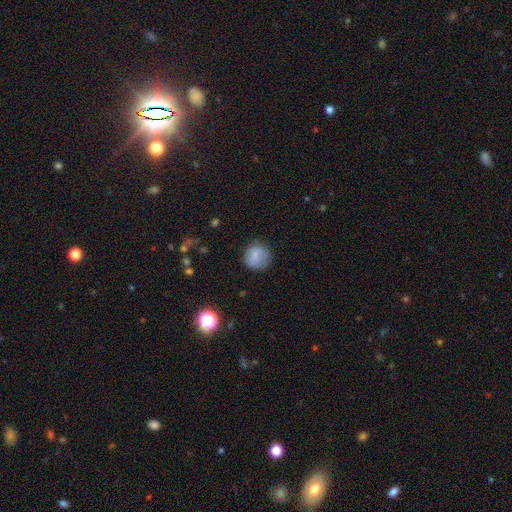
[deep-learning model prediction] Smooth or featured? smooth (82%)
How rounded? round (89%)
Merging? none (78%)